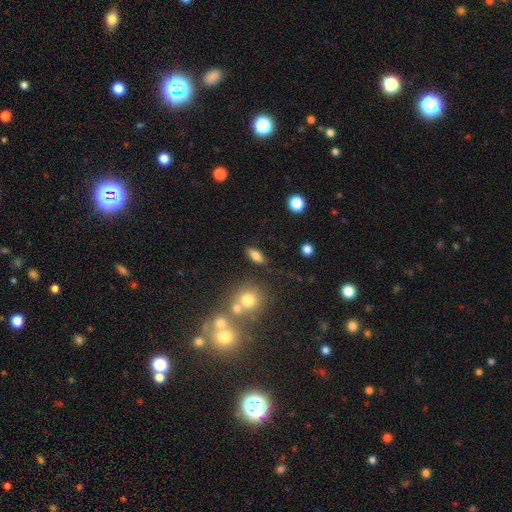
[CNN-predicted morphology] A smooth galaxy with no disk features (75%) that is in between round and cigar-shaped (79%). Merging: none (78%).